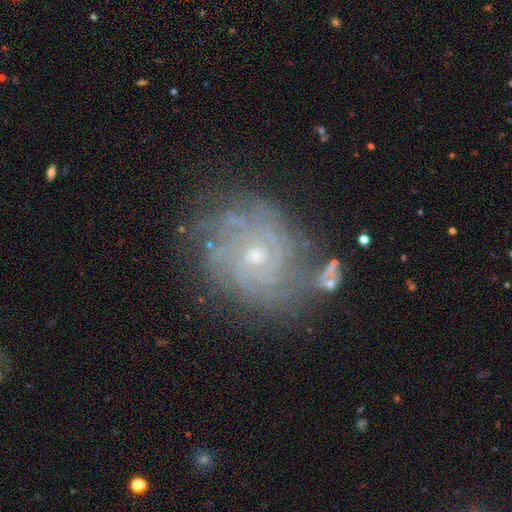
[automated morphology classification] Q: Smooth or featured?
A: featured or disk (83%); runner-up: star or artifact (9%)
Q: Edge-on disk?
A: no (97%); runner-up: yes (3%)
Q: Bar?
A: no (68%); runner-up: weak (27%)
Q: Spiral arms?
A: yes (95%); runner-up: no (5%)
Q: Spiral winding?
A: tight (72%); runner-up: medium (23%)
Q: Spiral arm count?
A: can't tell (38%); runner-up: 4 (18%)
Q: Bulge size?
A: small (57%); runner-up: moderate (40%)
Q: Merging?
A: none (74%); runner-up: minor disturbance (16%)